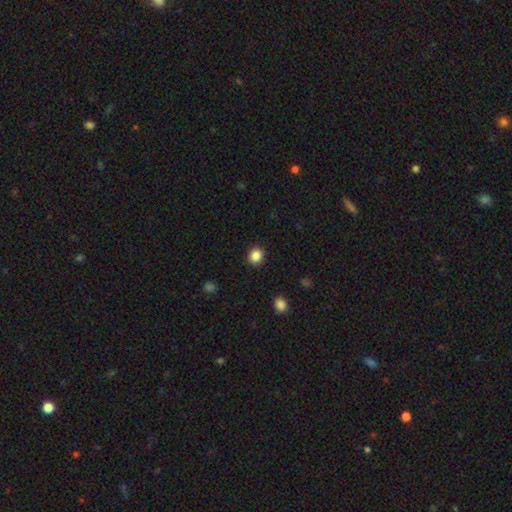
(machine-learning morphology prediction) Smooth or featured: smooth — 86% (star or artifact — 11%)
How rounded: round — 79% (in between — 20%)
Merging: none — 90% (minor disturbance — 7%)